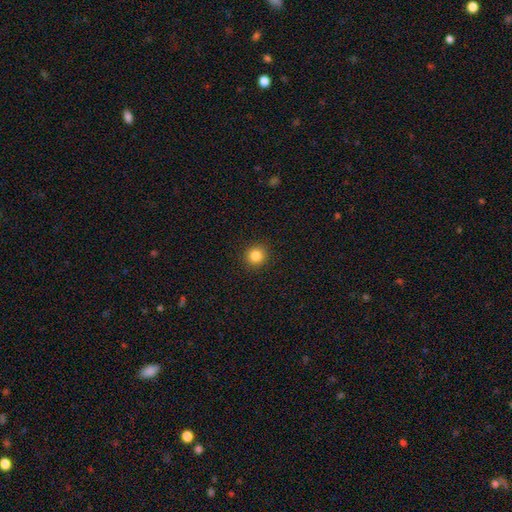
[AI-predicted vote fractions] This appears to be a smooth galaxy with no disk features (84%) that is round (92%). Merging: none (92%).